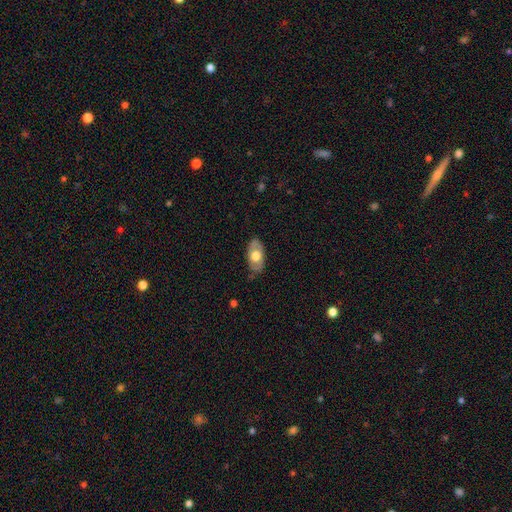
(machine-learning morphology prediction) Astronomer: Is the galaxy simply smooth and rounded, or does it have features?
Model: smooth — 54% (runner-up: featured or disk, 41%).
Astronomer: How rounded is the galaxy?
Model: in between — 91%.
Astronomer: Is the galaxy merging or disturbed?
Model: none — 78%.